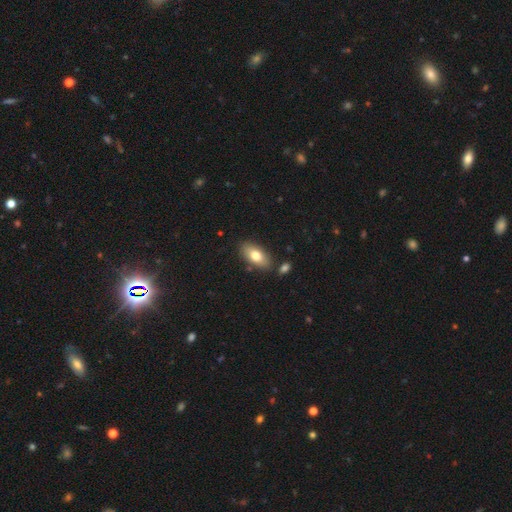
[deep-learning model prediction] This is likely a smooth galaxy (76%). How rounded: clearly in between (90%). Merging: clearly none (82%).